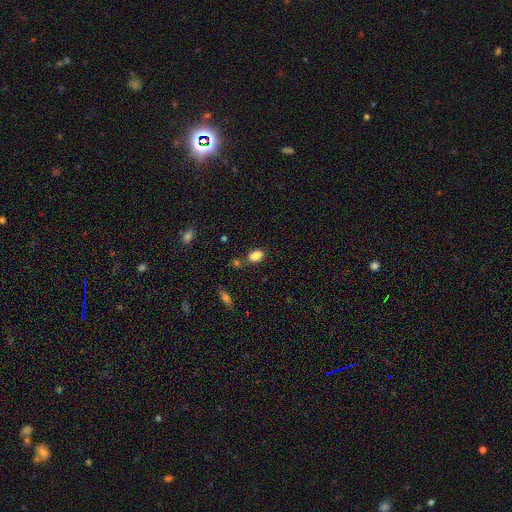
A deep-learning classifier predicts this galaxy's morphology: Smooth or featured? smooth (85%)
How rounded? in between (85%)
Merging? none (74%)